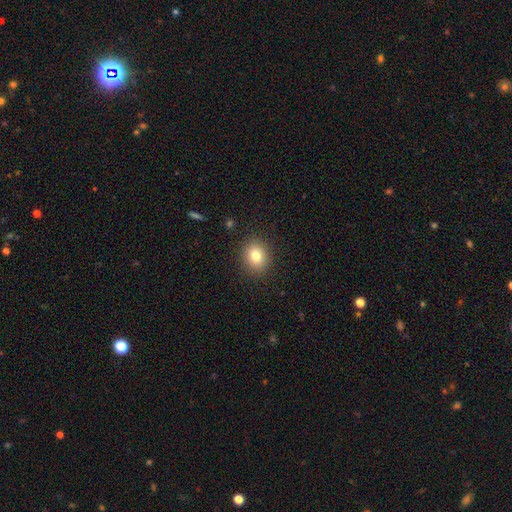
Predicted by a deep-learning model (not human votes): Q: Smooth or featured?
A: smooth (81%); runner-up: star or artifact (11%)
Q: How rounded?
A: round (65%); runner-up: in between (34%)
Q: Merging?
A: none (89%); runner-up: minor disturbance (7%)